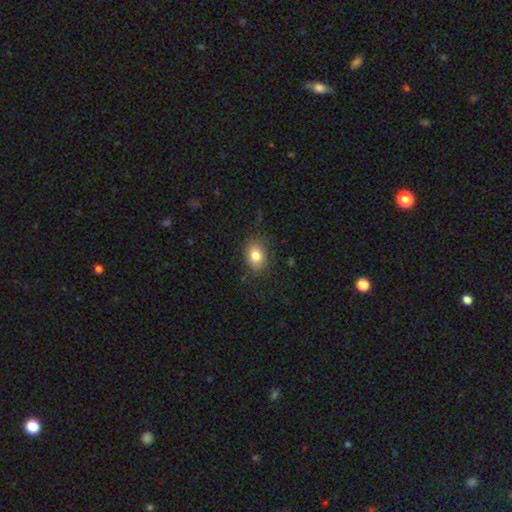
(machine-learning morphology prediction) This is clearly a smooth galaxy (82%). How rounded: likely in between (65%). Merging: clearly none (81%).